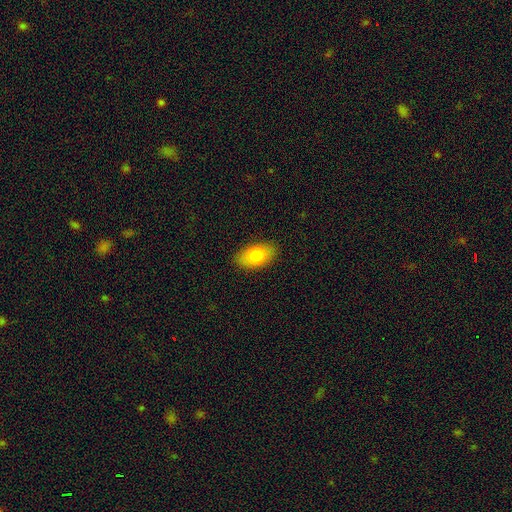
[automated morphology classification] A smooth galaxy with no disk features (79%) that is in between round and cigar-shaped (92%).

Vote fractions:
- Smooth or featured? smooth: 79% / featured or disk: 13% / star or artifact: 7%
- How rounded? in between: 92% / round: 6% / cigar-shaped: 2%
- Merging? none: 88% / minor disturbance: 9% / major disturbance: 2% / merger: 1%